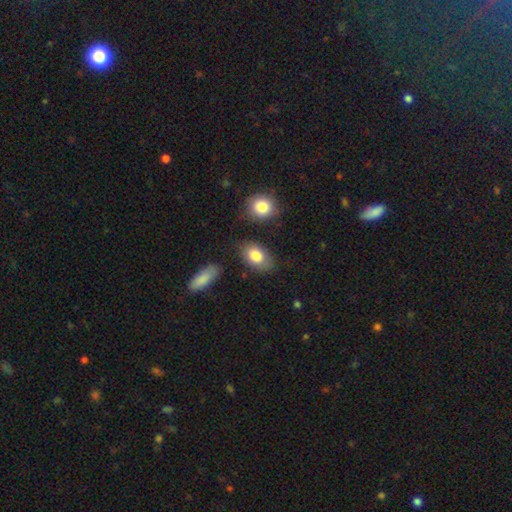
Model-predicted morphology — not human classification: type=smooth (81%); roundness=in between (87%); merging=none (75%).